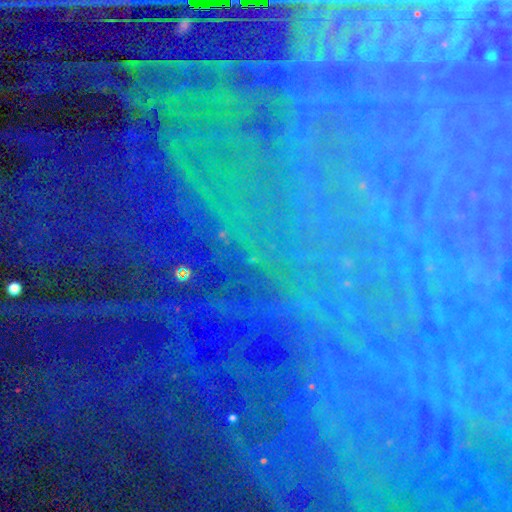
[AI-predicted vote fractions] Morphology: type=star or artifact (83%).